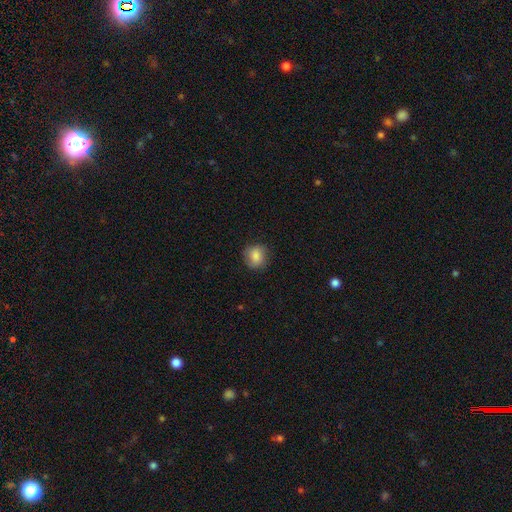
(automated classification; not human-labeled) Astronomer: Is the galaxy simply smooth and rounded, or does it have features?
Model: smooth — 83%.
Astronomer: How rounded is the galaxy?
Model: round — 81%.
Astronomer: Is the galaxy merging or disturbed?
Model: none — 80%.